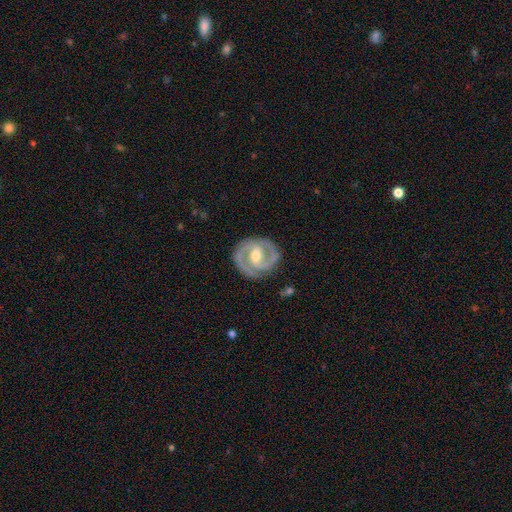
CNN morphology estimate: Q: Smooth or featured?
A: featured or disk (90%); runner-up: smooth (6%)
Q: Edge-on disk?
A: no (98%); runner-up: yes (2%)
Q: Bar?
A: weak (47%); runner-up: strong (29%)
Q: Spiral arms?
A: yes (97%); runner-up: no (3%)
Q: Spiral winding?
A: tight (50%); runner-up: medium (44%)
Q: Spiral arm count?
A: 2 (90%); runner-up: 3 (3%)
Q: Bulge size?
A: moderate (68%); runner-up: small (26%)
Q: Merging?
A: none (85%); runner-up: minor disturbance (11%)